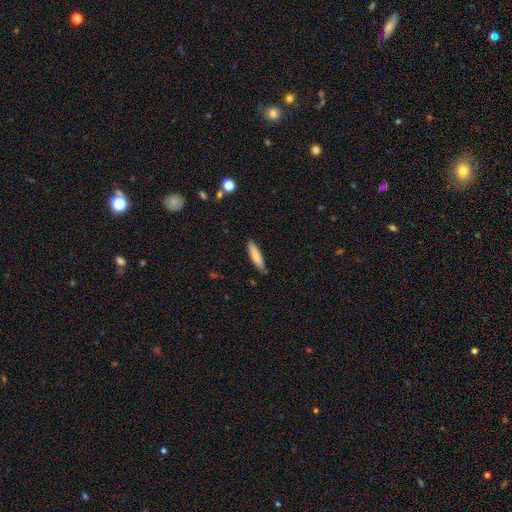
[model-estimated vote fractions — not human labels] A smooth galaxy with no disk features (78%) that is cigar-shaped (79%).

Vote fractions:
- Smooth or featured? smooth: 78% / featured or disk: 16% / star or artifact: 6%
- How rounded? cigar-shaped: 79% / in between: 19% / round: 1%
- Merging? none: 82% / minor disturbance: 15% / major disturbance: 2% / merger: 2%